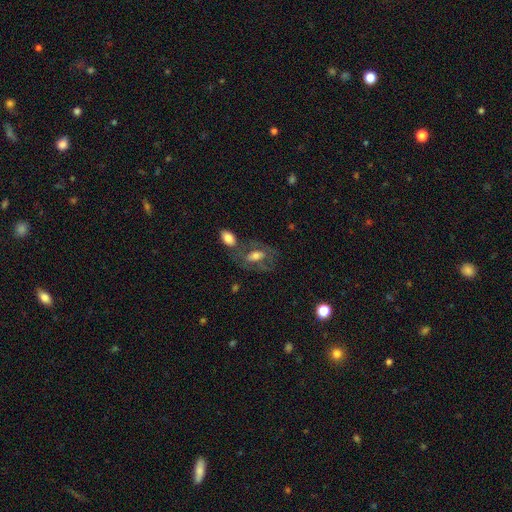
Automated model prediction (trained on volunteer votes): A featured or disk galaxy (46%). Merging: none (48%).